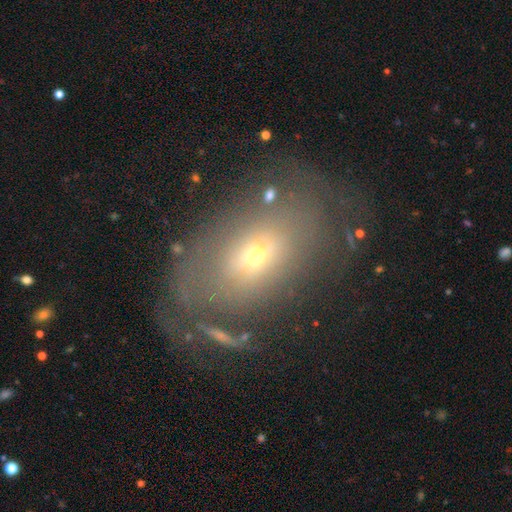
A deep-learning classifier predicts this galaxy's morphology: smooth-or-featured: smooth: 49% | featured or disk: 34% | star or artifact: 18%
  merging: none: 58% | minor disturbance: 19% | major disturbance: 16% | merger: 7%